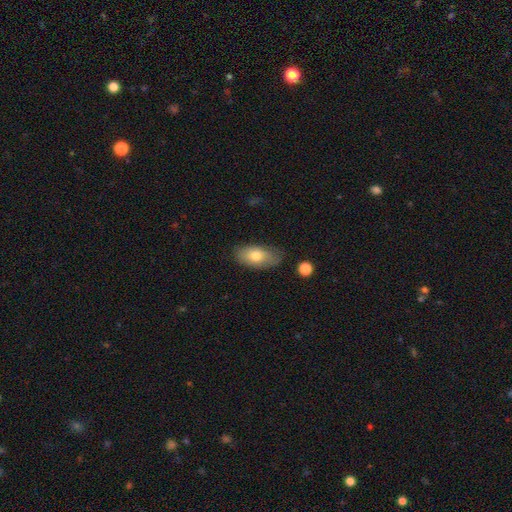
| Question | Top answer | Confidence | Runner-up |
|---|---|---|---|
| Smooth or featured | smooth | 82% | featured or disk (16%) |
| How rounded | in between | 94% | round (6%) |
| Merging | none | 73% | minor disturbance (22%) |